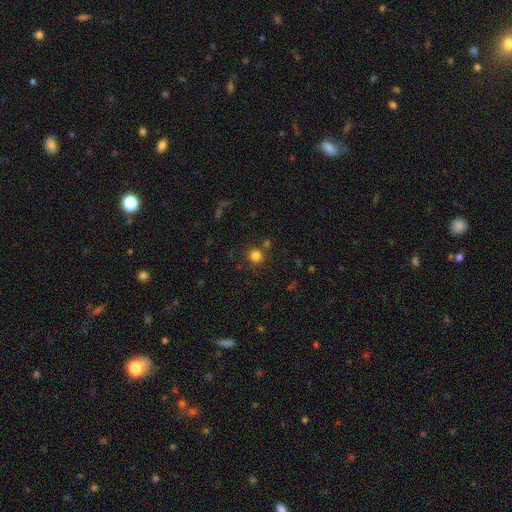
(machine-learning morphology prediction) smooth_or_featured: smooth (p=0.81) [alt: star or artifact p=0.14]
how_rounded: round (p=0.92) [alt: in between p=0.07]
merging: none (p=0.82) [alt: minor disturbance p=0.08]